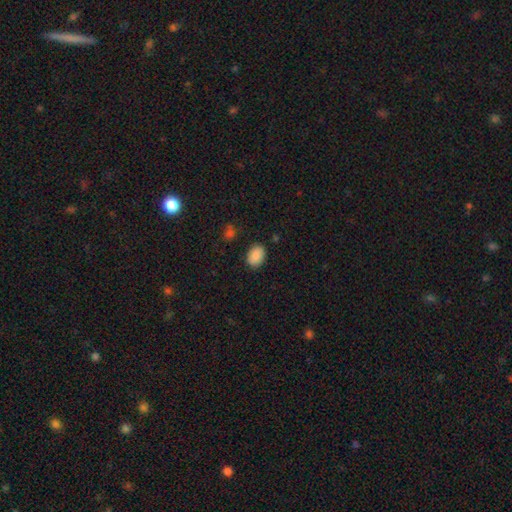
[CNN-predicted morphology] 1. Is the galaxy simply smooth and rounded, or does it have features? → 88% smooth, 7% star or artifact, 4% featured or disk.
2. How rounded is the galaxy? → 79% in between, 20% round, 1% cigar-shaped.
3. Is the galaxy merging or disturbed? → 86% none, 10% minor disturbance, 3% major disturbance, 2% merger.